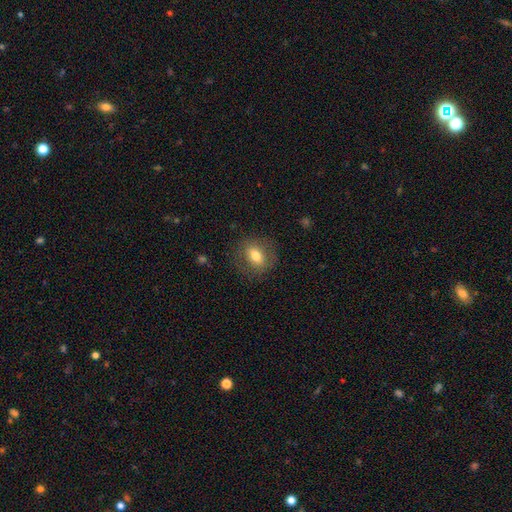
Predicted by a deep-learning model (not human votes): Q: Smooth or featured?
A: smooth (70%); runner-up: featured or disk (22%)
Q: How rounded?
A: in between (56%); runner-up: round (42%)
Q: Merging?
A: none (80%); runner-up: minor disturbance (13%)